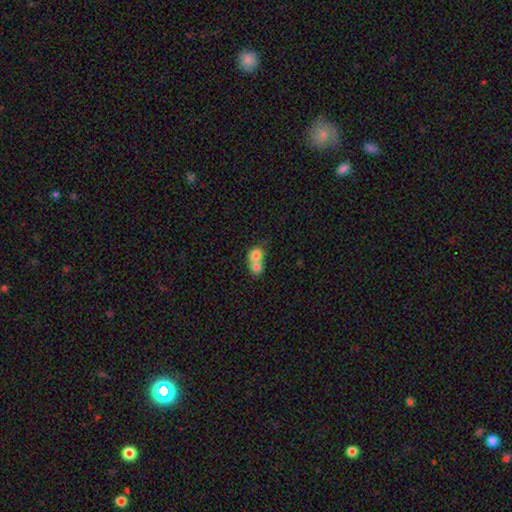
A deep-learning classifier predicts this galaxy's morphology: smooth_or_featured: smooth (p=0.76) [alt: featured or disk p=0.16]
how_rounded: round (p=0.74) [alt: in between p=0.25]
merging: merger (p=0.74) [alt: none p=0.20]